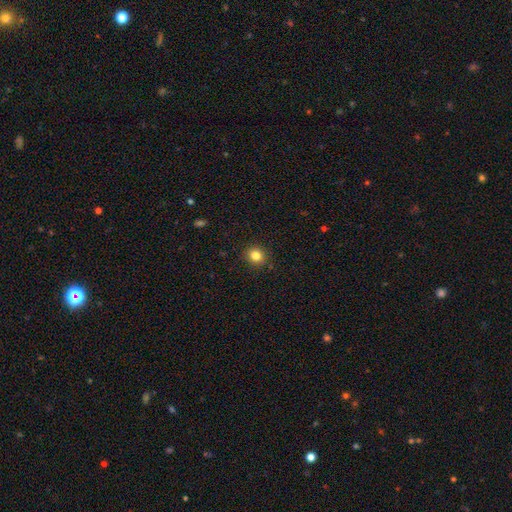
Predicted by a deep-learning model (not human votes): The model was most divided on "how rounded": round: 83%, in between: 16%, cigar-shaped: 1%. More confident: merging — none (91%); smooth or featured — smooth (83%).